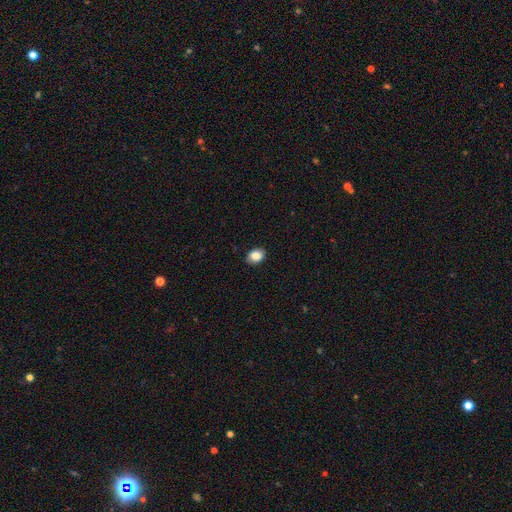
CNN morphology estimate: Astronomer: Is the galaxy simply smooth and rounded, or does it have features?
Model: smooth — 86%.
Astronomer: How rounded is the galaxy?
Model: in between — 71%.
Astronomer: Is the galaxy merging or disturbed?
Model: none — 87%.